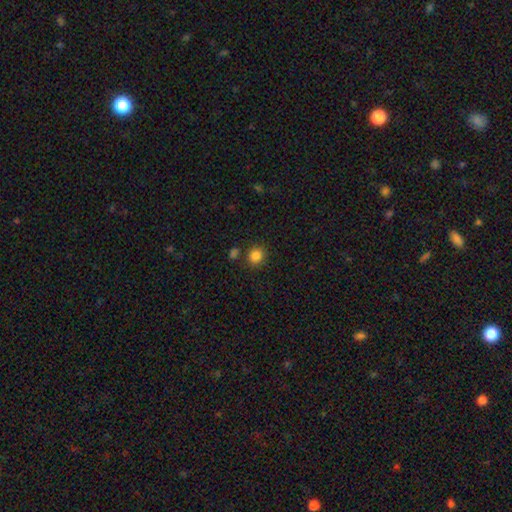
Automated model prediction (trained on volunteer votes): A smooth galaxy with no disk features (84%) that is round (86%).

Vote fractions:
- Smooth or featured? smooth: 84% / star or artifact: 11% / featured or disk: 5%
- How rounded? round: 86% / in between: 13% / cigar-shaped: 1%
- Merging? none: 84% / minor disturbance: 8% / merger: 5% / major disturbance: 3%